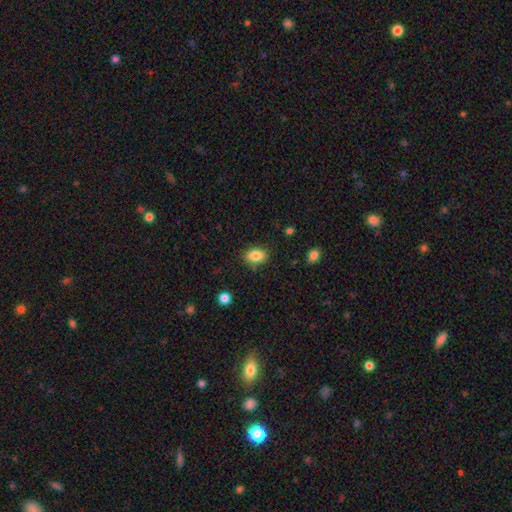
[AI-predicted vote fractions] Smooth or featured? smooth (85%)
How rounded? in between (82%)
Merging? none (83%)